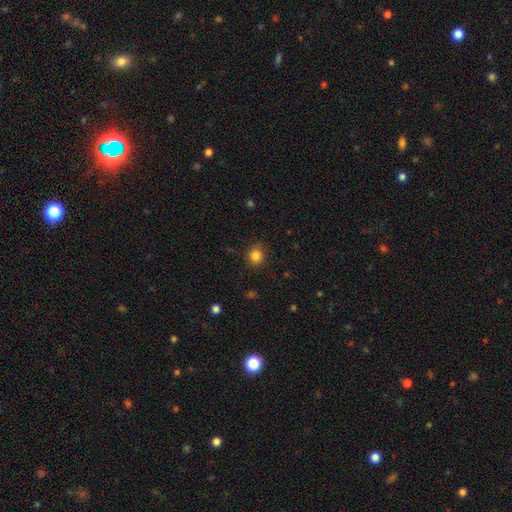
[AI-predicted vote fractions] Overall: smooth (84%). How rounded: round (79%). Merging: none (80%).